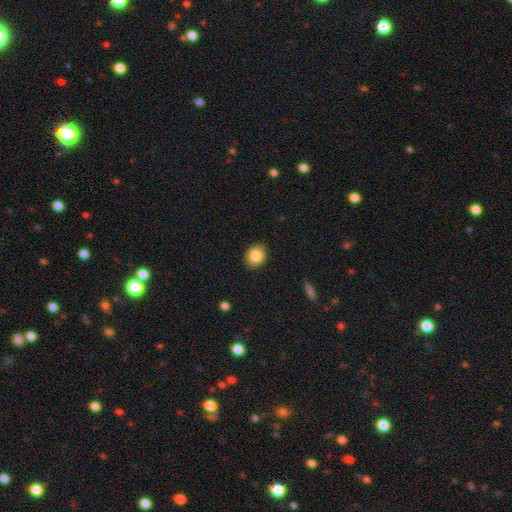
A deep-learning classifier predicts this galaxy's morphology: Smooth or featured? smooth (84%)
How rounded? round (58%)
Merging? none (87%)